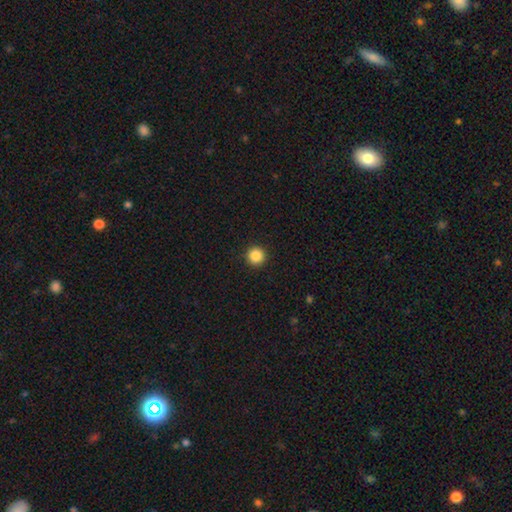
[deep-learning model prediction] This is clearly a smooth galaxy (87%). How rounded: clearly round (96%). Merging: clearly none (94%).